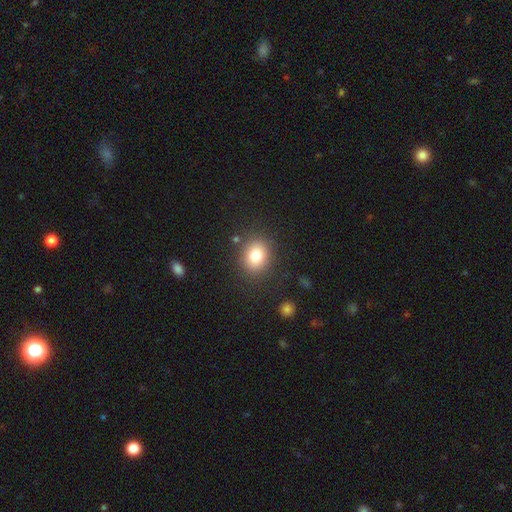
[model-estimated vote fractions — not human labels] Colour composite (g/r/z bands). It shows a smooth galaxy with no disk features (80%) that is round (65%). Merging: none (84%).